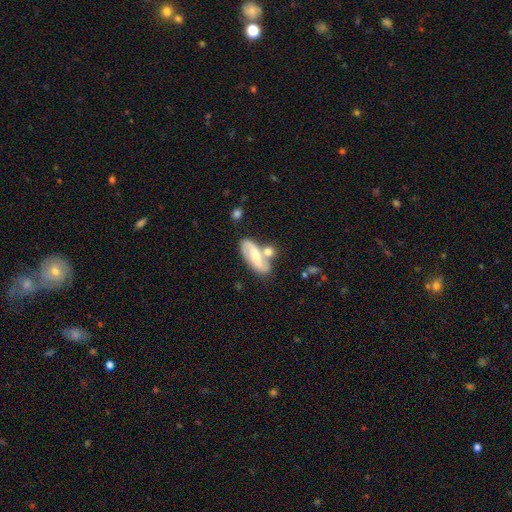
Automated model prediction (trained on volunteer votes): Smooth or featured?
  - featured or disk: 71% *
  - smooth: 23%
  - star or artifact: 6%
Edge-on disk?
  - no: 90% *
  - yes: 10%
Bar?
  - strong: 43% *
  - weak: 33%
  - no: 24%
Spiral arms?
  - yes: 86% *
  - no: 14%
Spiral winding?
  - loose: 44% *
  - medium: 38%
  - tight: 18%
Spiral arm count?
  - 2: 88% *
  - can't tell: 6%
  - 1: 3%
  - 3: 1%
  - 4: 1%
  - more than 4: 1%
Bulge size?
  - moderate: 53% *
  - small: 37%
  - large: 5%
  - none: 3%
  - dominant: 1%
Merging?
  - none: 62% *
  - merger: 18%
  - minor disturbance: 15%
  - major disturbance: 5%